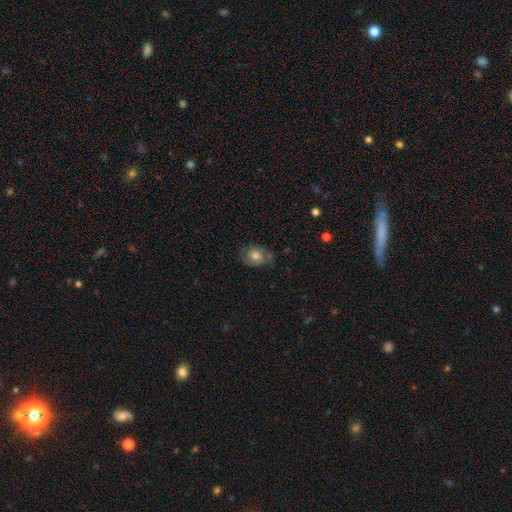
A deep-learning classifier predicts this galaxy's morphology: A smooth galaxy with no disk features (57%) that is in between round and cigar-shaped (58%). Merging: none (63%).